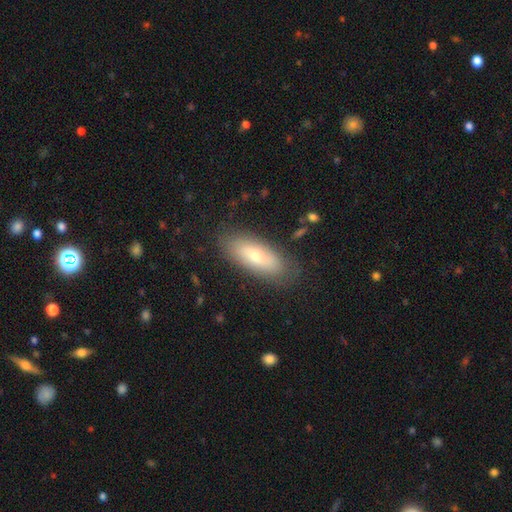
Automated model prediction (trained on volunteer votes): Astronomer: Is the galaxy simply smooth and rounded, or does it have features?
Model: smooth — 65%.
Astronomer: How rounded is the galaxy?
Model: in between — 75%.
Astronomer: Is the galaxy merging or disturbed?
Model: none — 82%.